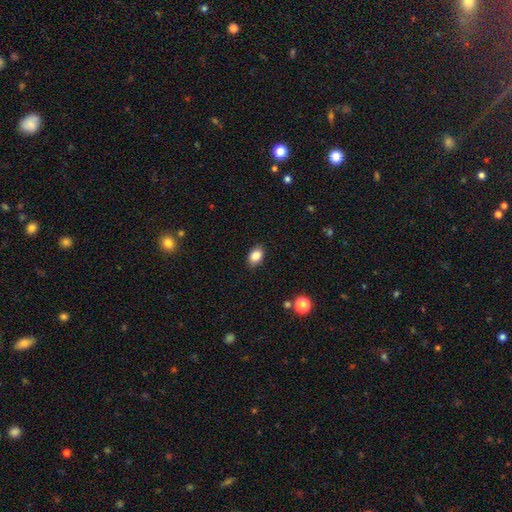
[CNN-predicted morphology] The model was most divided on "how rounded": in between: 82%, round: 16%, cigar-shaped: 1%. More confident: merging — none (88%); smooth or featured — smooth (85%).